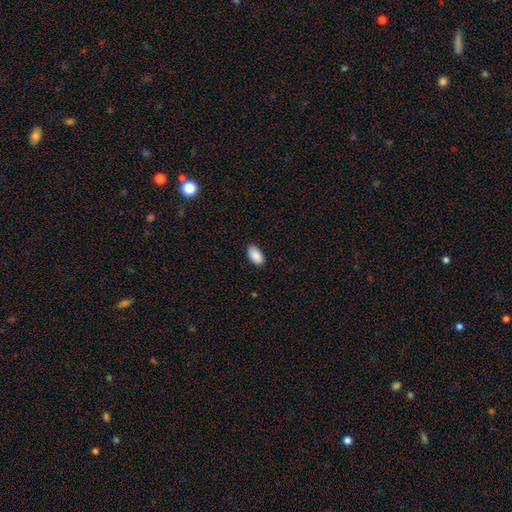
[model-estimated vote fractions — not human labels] Smooth or featured? smooth (90%)
How rounded? in between (95%)
Merging? none (87%)